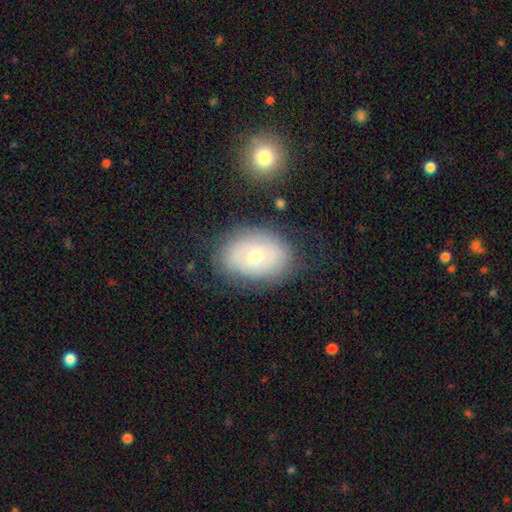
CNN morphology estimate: Q: Smooth or featured?
A: featured or disk (49%); runner-up: smooth (42%)
Q: Merging?
A: none (75%); runner-up: minor disturbance (16%)